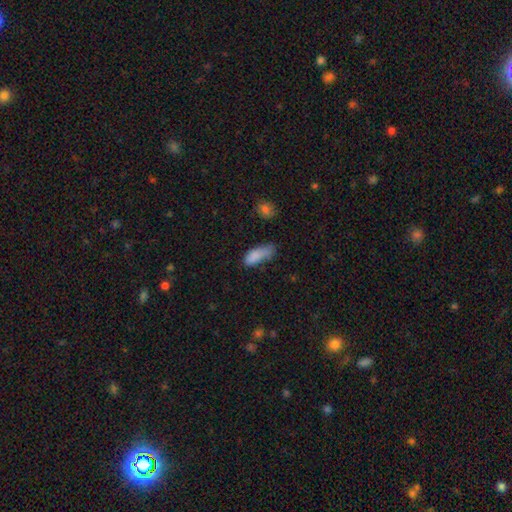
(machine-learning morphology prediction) Smooth or featured? Predicted: smooth (p=0.82). How rounded? Predicted: in between (p=0.72). Merging? Predicted: minor disturbance (p=0.36).